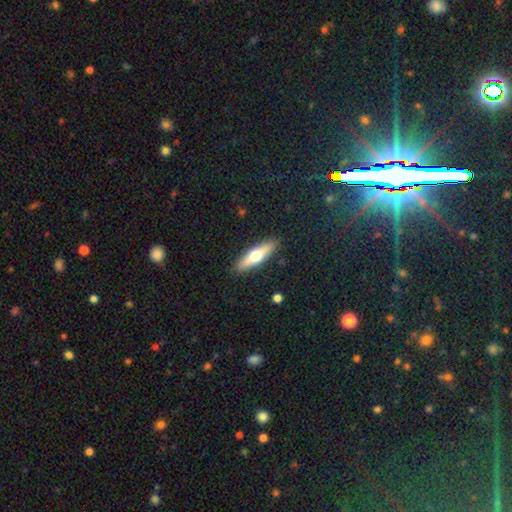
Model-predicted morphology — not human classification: Smooth or featured? smooth (52%)
How rounded? cigar-shaped (66%)
Merging? none (89%)